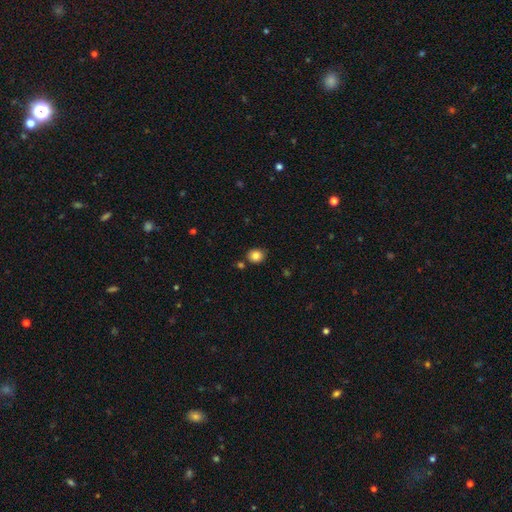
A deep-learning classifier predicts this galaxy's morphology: A smooth galaxy with no disk features (84%) that is round (74%). Merging: none (82%).